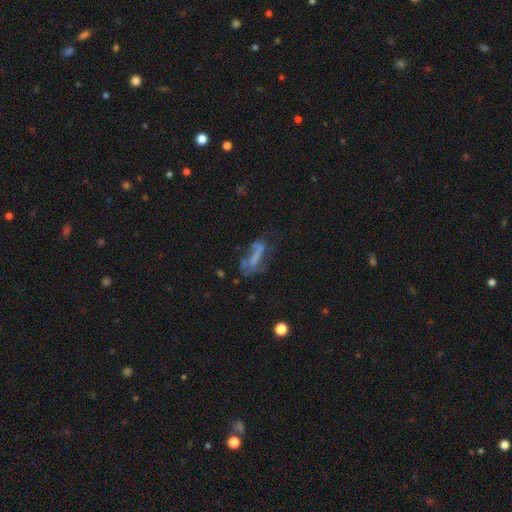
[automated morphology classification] Overall: featured or disk (47%; smooth 37%). Merging: major disturbance (34%, tied with none).